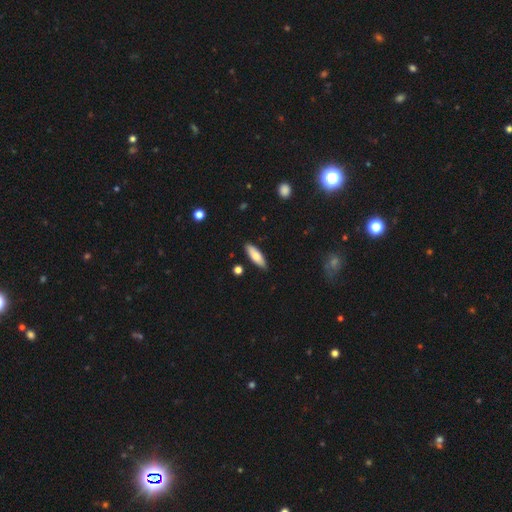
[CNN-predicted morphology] type=smooth (76%); roundness=in between (52%); merging=none (86%).